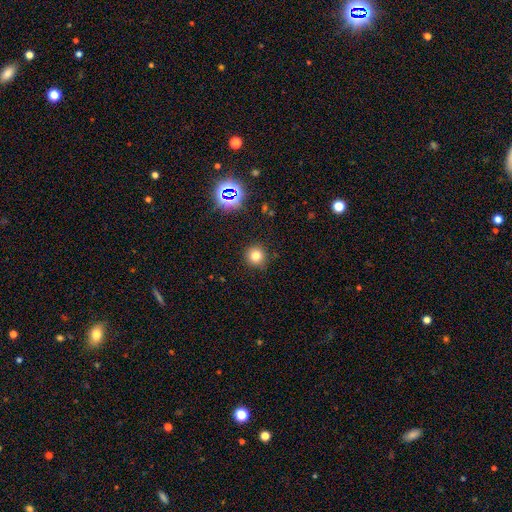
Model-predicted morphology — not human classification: A smooth galaxy with no disk features (76%) that is round (94%).

Vote fractions:
- Smooth or featured? smooth: 76% / star or artifact: 18% / featured or disk: 7%
- How rounded? round: 94% / in between: 5% / cigar-shaped: 1%
- Merging? none: 89% / minor disturbance: 7% / major disturbance: 2% / merger: 1%